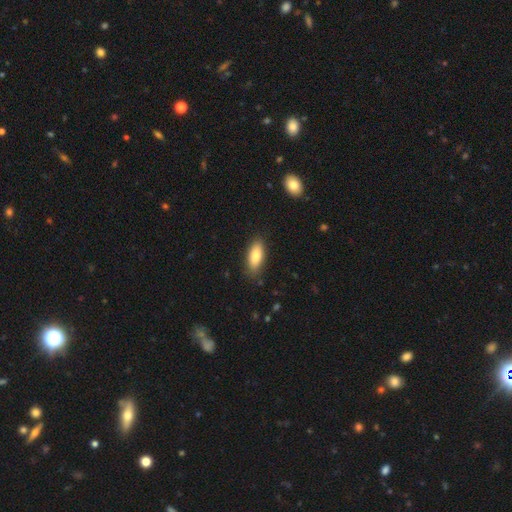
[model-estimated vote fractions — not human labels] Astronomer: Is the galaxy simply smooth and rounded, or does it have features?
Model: smooth — 82%.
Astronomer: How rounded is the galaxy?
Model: in between — 80%.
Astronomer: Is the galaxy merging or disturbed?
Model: none — 84%.